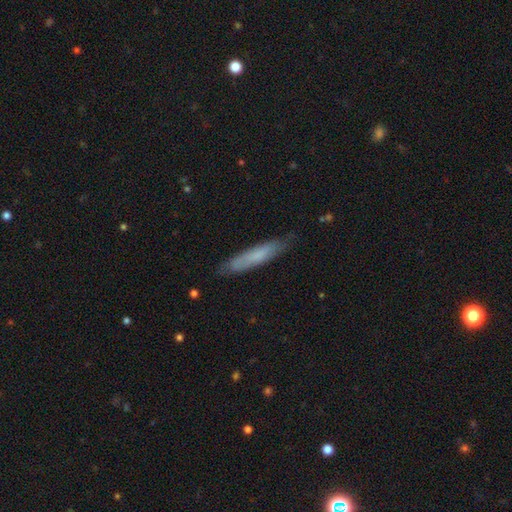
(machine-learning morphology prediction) Smooth or featured? Predicted: smooth (p=0.67). How rounded? Predicted: cigar-shaped (p=0.88). Merging? Predicted: none (p=0.81).